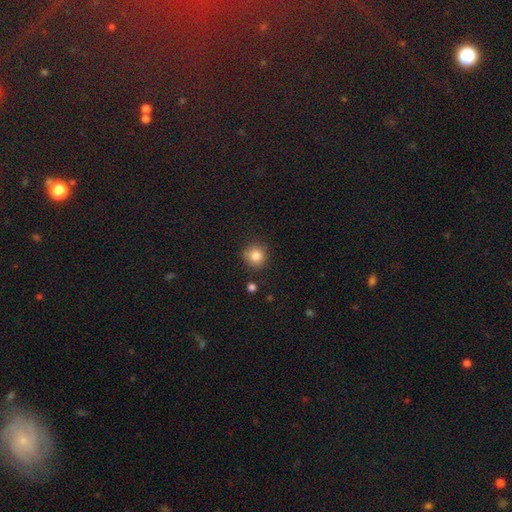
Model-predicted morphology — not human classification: A smooth galaxy with no disk features (83%) that is round (92%). Merging: none (85%).